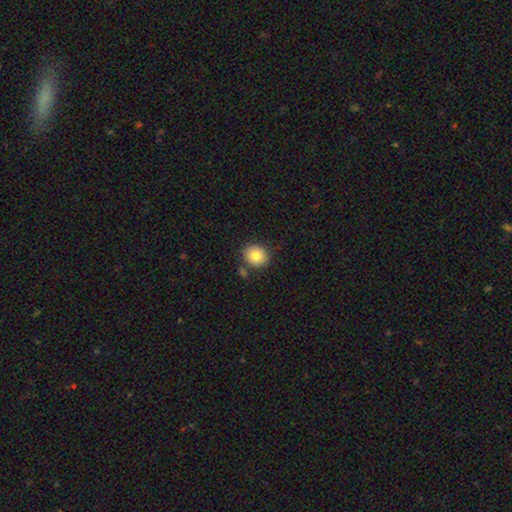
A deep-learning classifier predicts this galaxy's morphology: Smooth or featured? Predicted: smooth (p=0.83). How rounded? Predicted: round (p=0.78). Merging? Predicted: none (p=0.79).